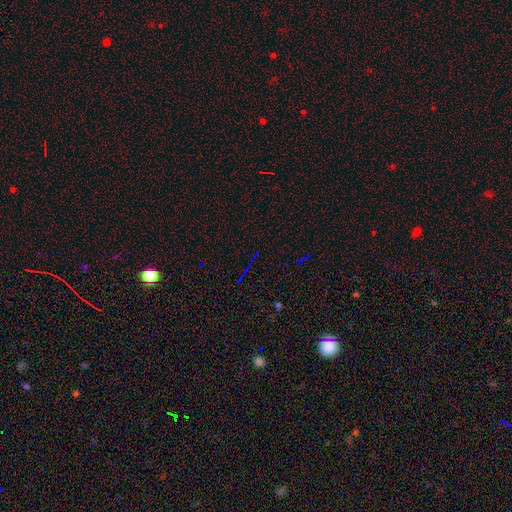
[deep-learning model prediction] star or artifact 78%, smooth 11%, featured or disk 10%.